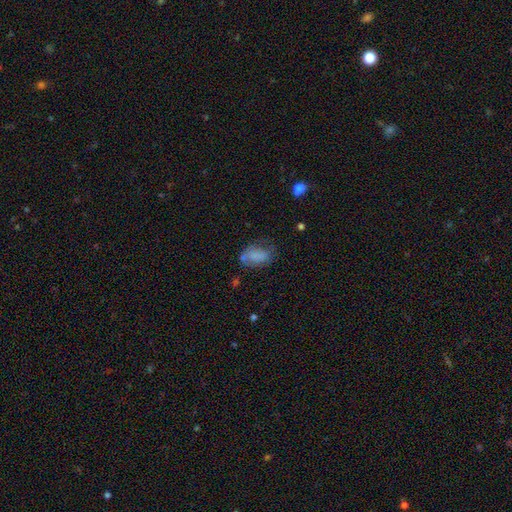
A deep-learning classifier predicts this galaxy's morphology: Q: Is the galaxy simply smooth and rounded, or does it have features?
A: smooth — 70%.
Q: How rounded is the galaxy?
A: in between — 88%.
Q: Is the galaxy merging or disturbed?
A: none — 47%.